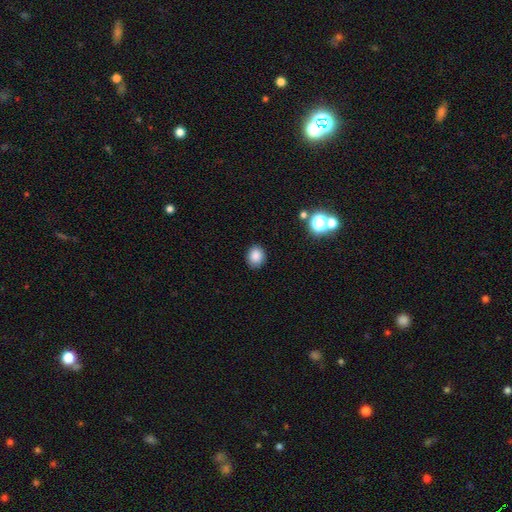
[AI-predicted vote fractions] A smooth galaxy with no disk features (85%) that is round (62%). Merging: none (86%).